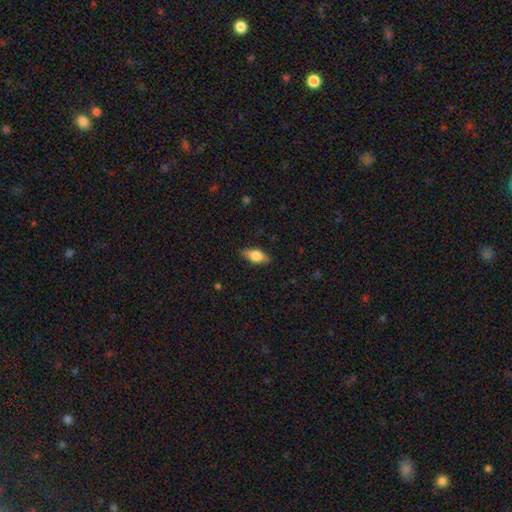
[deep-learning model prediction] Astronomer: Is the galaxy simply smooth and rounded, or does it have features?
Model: smooth — 63%.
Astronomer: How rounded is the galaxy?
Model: in between — 80%.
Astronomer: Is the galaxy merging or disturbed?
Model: none — 84%.